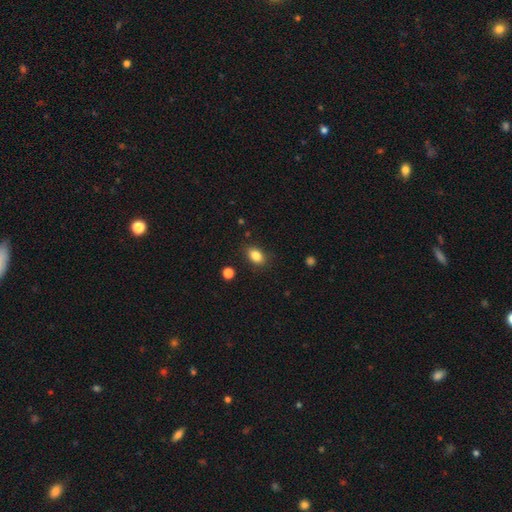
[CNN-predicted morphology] Overall: smooth (85%). How rounded: in between (81%). Merging: none (84%).